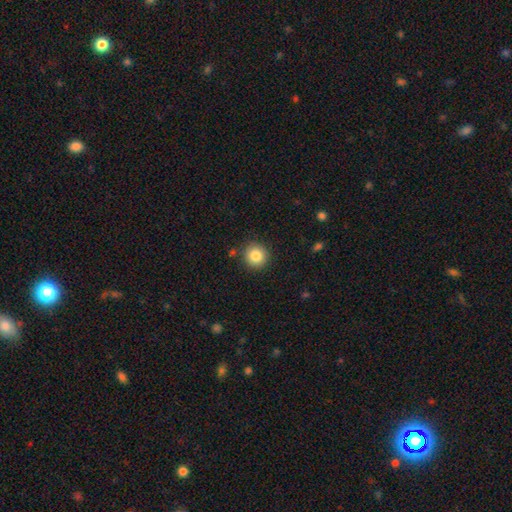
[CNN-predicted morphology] type=smooth (84%); roundness=round (94%); merging=none (88%).